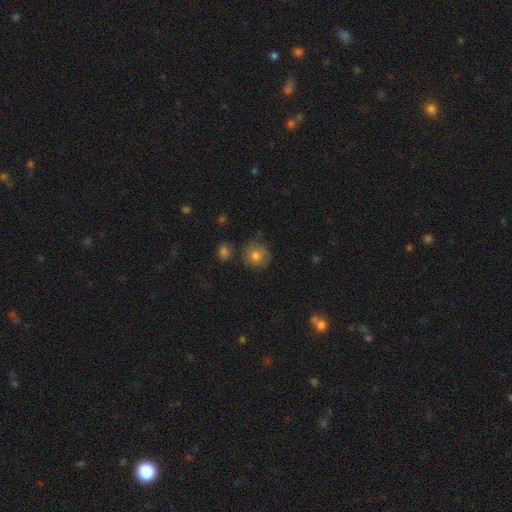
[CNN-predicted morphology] This is likely a smooth galaxy (74%). How rounded: clearly round (88%). Merging: likely none (69%).